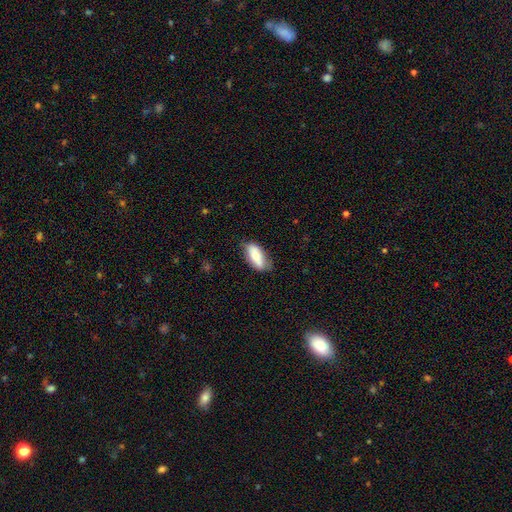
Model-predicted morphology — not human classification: Smooth or featured: smooth — 71% (featured or disk — 22%)
How rounded: in between — 83% (cigar-shaped — 14%)
Merging: none — 69% (minor disturbance — 24%)